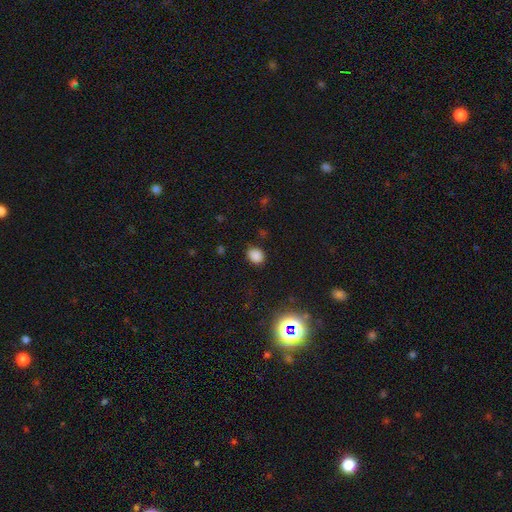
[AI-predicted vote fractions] Q: Smooth or featured?
A: smooth (82%); runner-up: star or artifact (14%)
Q: How rounded?
A: round (50%); runner-up: in between (49%)
Q: Merging?
A: none (79%); runner-up: minor disturbance (15%)